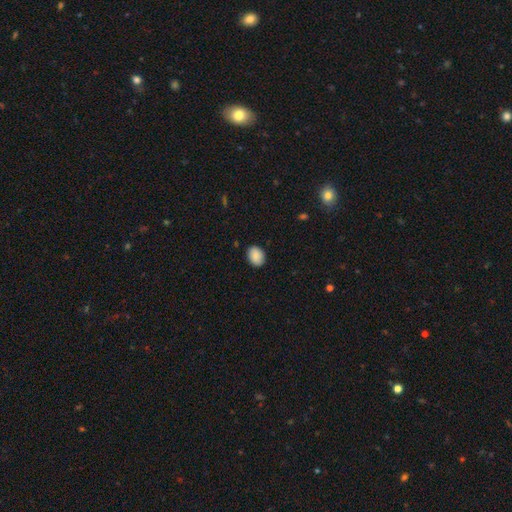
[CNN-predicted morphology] Smooth or featured? smooth (88%)
How rounded? in between (63%)
Merging? none (87%)